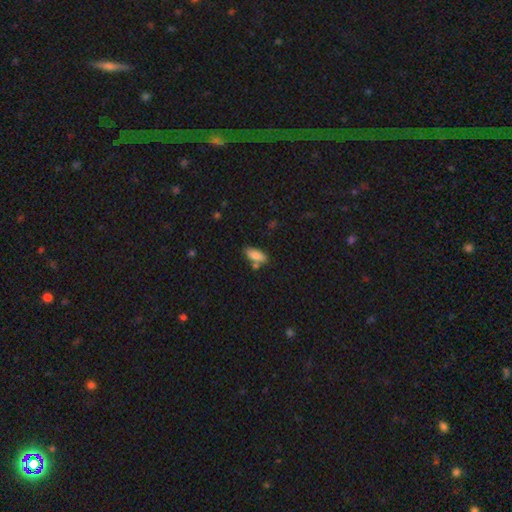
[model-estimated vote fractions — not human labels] A smooth galaxy with no disk features (85%) that is in between round and cigar-shaped (86%).

Vote fractions:
- Smooth or featured? smooth: 85% / featured or disk: 8% / star or artifact: 7%
- How rounded? in between: 86% / cigar-shaped: 12% / round: 2%
- Merging? none: 71% / minor disturbance: 14% / merger: 11% / major disturbance: 3%